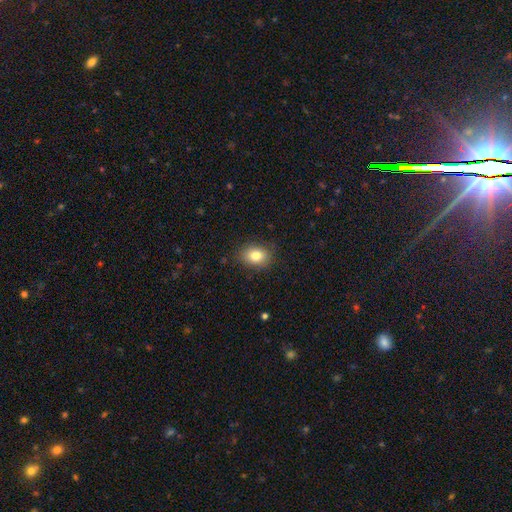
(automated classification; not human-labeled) smooth_or_featured: smooth (p=0.81) [alt: star or artifact p=0.10]
how_rounded: in between (p=0.60) [alt: round p=0.39]
merging: none (p=0.86) [alt: minor disturbance p=0.10]